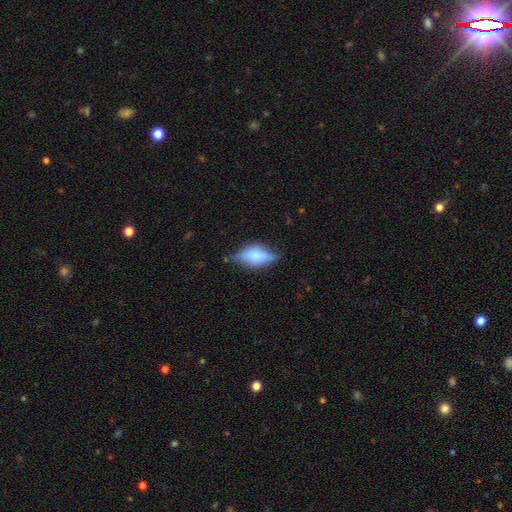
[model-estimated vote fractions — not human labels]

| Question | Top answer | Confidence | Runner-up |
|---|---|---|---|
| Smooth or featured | smooth | 47% | featured or disk (45%) |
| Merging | none | 63% | minor disturbance (26%) |